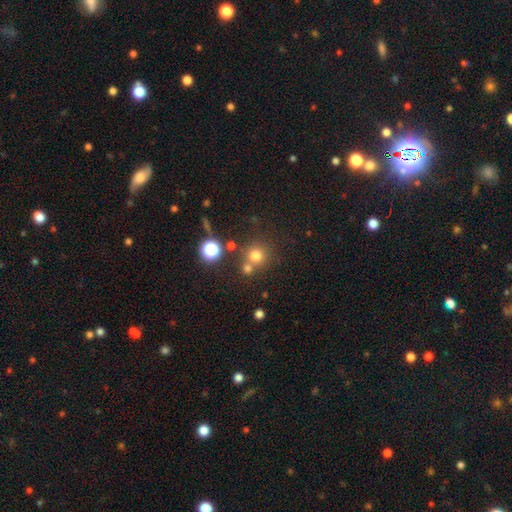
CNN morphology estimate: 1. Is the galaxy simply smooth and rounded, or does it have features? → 72% smooth, 19% star or artifact, 8% featured or disk.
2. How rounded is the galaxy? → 92% round, 7% in between, 1% cigar-shaped.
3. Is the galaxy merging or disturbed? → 65% none, 23% merger, 8% minor disturbance, 4% major disturbance.